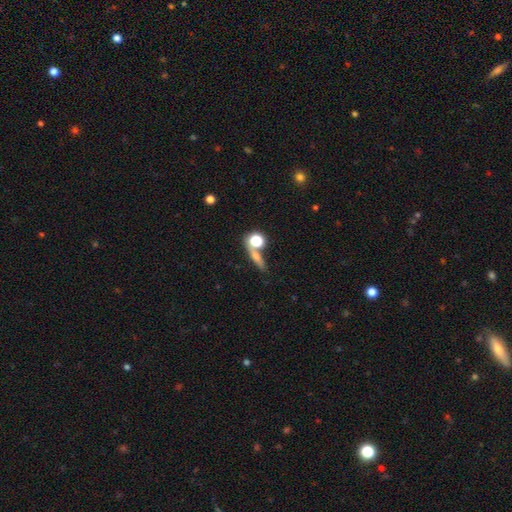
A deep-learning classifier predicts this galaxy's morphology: Overall: smooth (58%; featured or disk 23%). How rounded: cigar-shaped (48%; round 29%). Merging: none (60%; merger 23%).